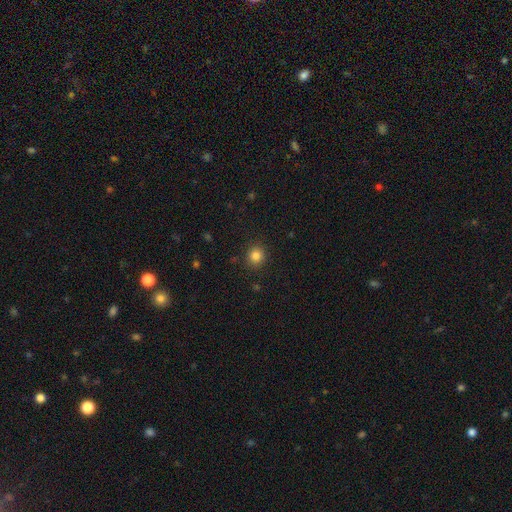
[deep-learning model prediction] smooth 84%, star or artifact 12%, featured or disk 4%. Down the decision tree: how rounded — round (89%); merging — none (90%).